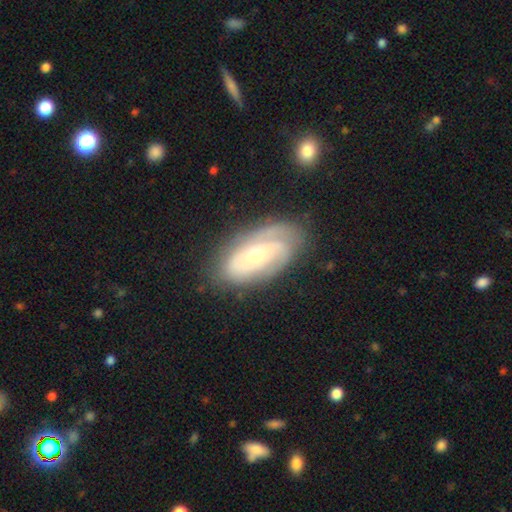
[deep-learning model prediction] Smooth or featured? Predicted: featured or disk (p=0.68). Edge-on disk? Predicted: no (p=0.92). Bar? Predicted: no (p=0.67). Spiral arms? Predicted: yes (p=0.81). Spiral winding? Predicted: tight (p=0.56). Spiral arm count? Predicted: can't tell (p=0.37). Bulge size? Predicted: small (p=0.54). Merging? Predicted: none (p=0.71).